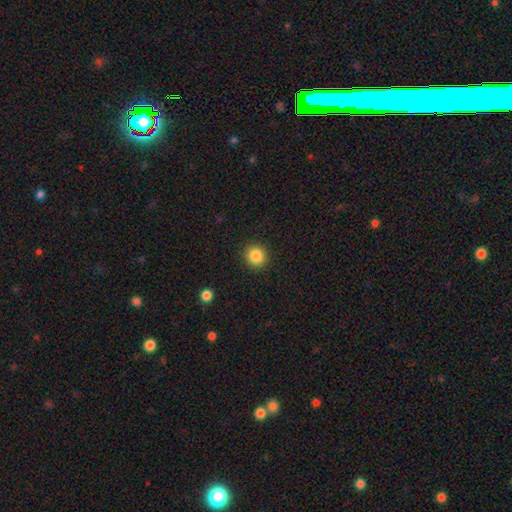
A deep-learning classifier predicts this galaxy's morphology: A smooth galaxy with no disk features (86%) that is round (91%). Merging: none (92%).